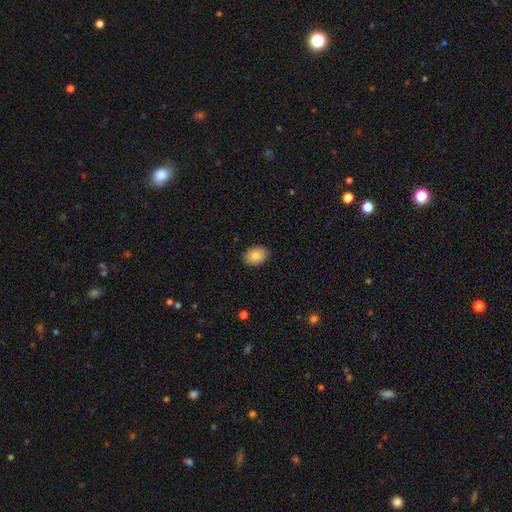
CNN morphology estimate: Smooth or featured? Predicted: smooth (p=0.85). How rounded? Predicted: in between (p=0.69). Merging? Predicted: none (p=0.87).